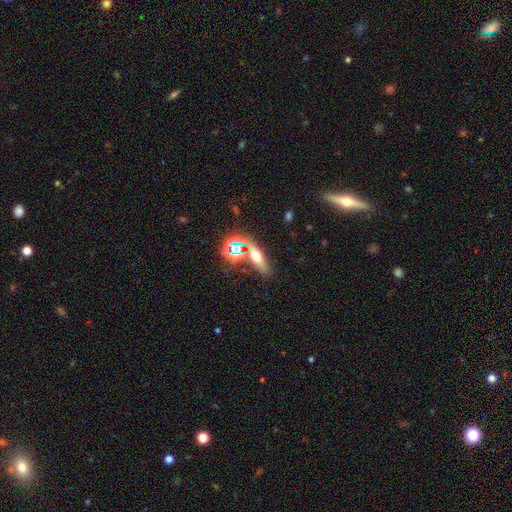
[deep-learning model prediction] This is possibly a smooth galaxy (46%). Merging: likely none (75%).